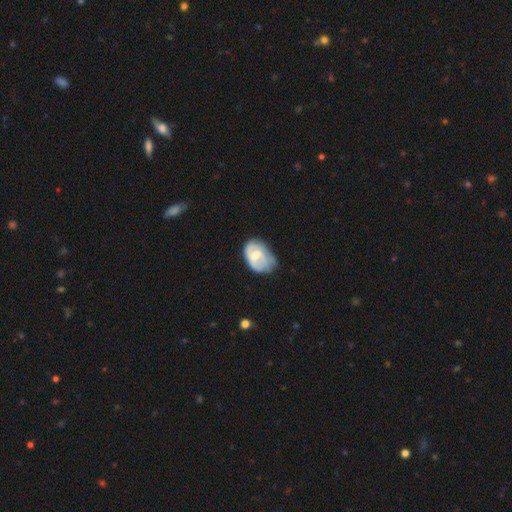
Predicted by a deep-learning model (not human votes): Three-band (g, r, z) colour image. It shows a featured or disk galaxy (48%). Merging: none (39%, tied with minor disturbance).